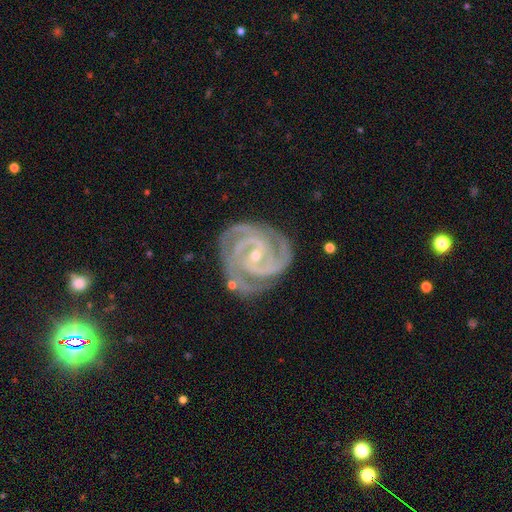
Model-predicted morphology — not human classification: type=featured or disk (93%); edge-on=no (98%); bar=weak (41%); spiral arms=yes (99%); winding=tight (69%); arm count=3 (41%); bulge=small (72%); merging=none (73%).